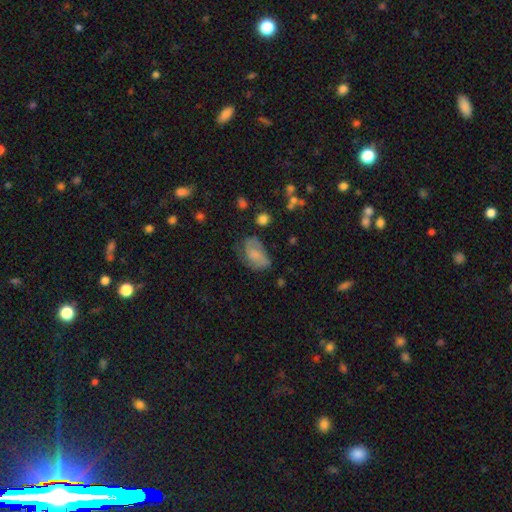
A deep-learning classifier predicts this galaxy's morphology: The model was most divided on "merging": none: 42%, minor disturbance: 32%, major disturbance: 22%, merger: 3%. More confident: how rounded — in between (86%); smooth or featured — smooth (56%).